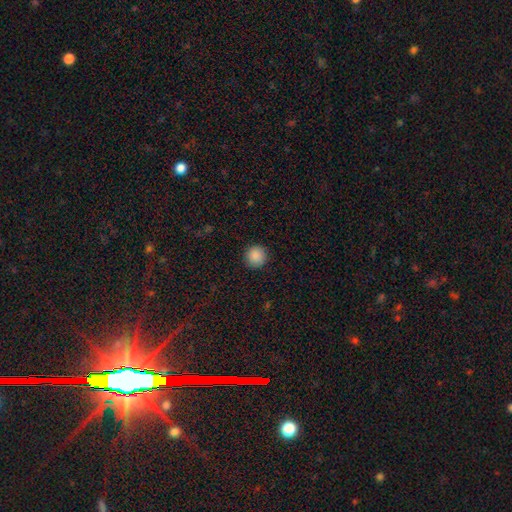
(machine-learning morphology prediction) Overall: smooth (88%). How rounded: round (95%). Merging: none (91%).